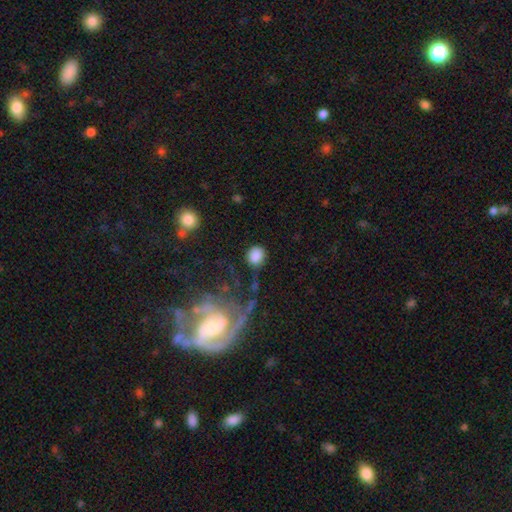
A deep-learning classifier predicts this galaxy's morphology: Smooth or featured: smooth — 80% (star or artifact — 11%)
How rounded: round — 79% (in between — 19%)
Merging: none — 60% (minor disturbance — 21%)